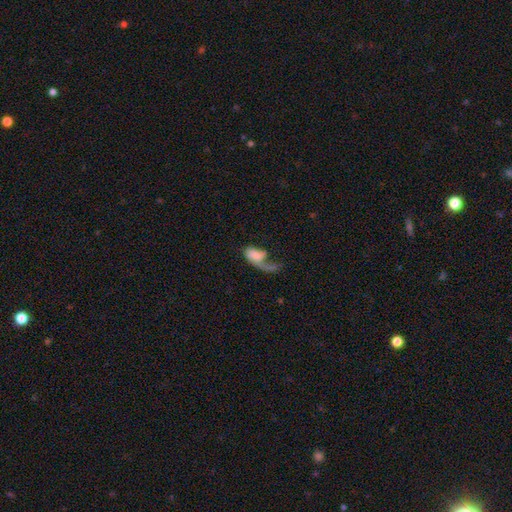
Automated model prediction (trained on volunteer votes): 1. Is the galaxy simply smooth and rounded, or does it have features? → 46% smooth, 45% featured or disk, 9% star or artifact.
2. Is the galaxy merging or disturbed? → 56% major disturbance, 20% none, 13% minor disturbance, 11% merger.